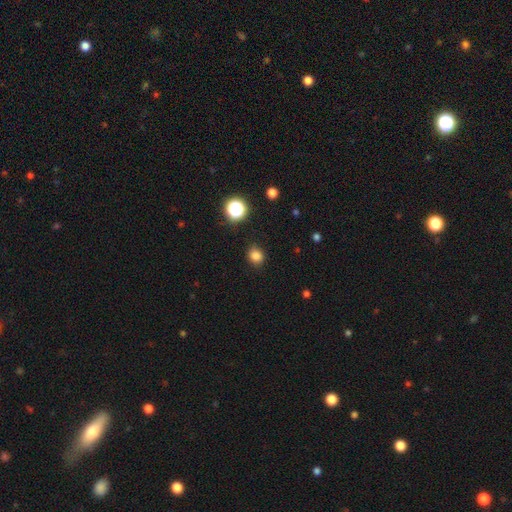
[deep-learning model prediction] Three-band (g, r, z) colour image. It shows a smooth galaxy with no disk features (82%) that is round (73%). Merging: none (84%).